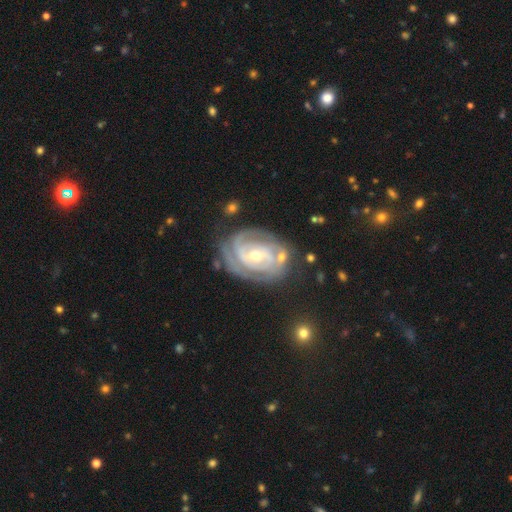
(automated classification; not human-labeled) Smooth or featured?
  - featured or disk: 90% *
  - smooth: 6%
  - star or artifact: 5%
Edge-on disk?
  - no: 97% *
  - yes: 3%
Bar?
  - no: 47% *
  - weak: 36%
  - strong: 17%
Spiral arms?
  - yes: 97% *
  - no: 3%
Spiral winding?
  - tight: 75% *
  - medium: 21%
  - loose: 4%
Spiral arm count?
  - 2: 42% *
  - 3: 24%
  - can't tell: 20%
  - 4: 6%
  - 1: 5%
  - more than 4: 4%
Bulge size?
  - moderate: 57% *
  - small: 39%
  - large: 3%
  - none: 1%
  - dominant: 1%
Merging?
  - none: 66% *
  - minor disturbance: 20%
  - major disturbance: 9%
  - merger: 5%